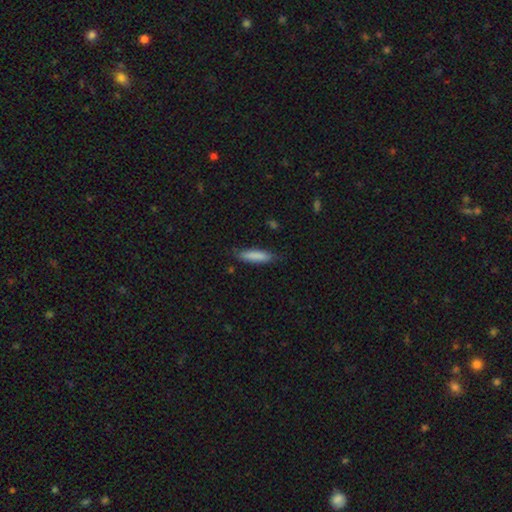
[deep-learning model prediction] The model was most divided on "how rounded": cigar-shaped: 72%, in between: 27%, round: 1%. More confident: smooth or featured — smooth (84%); merging — none (78%).